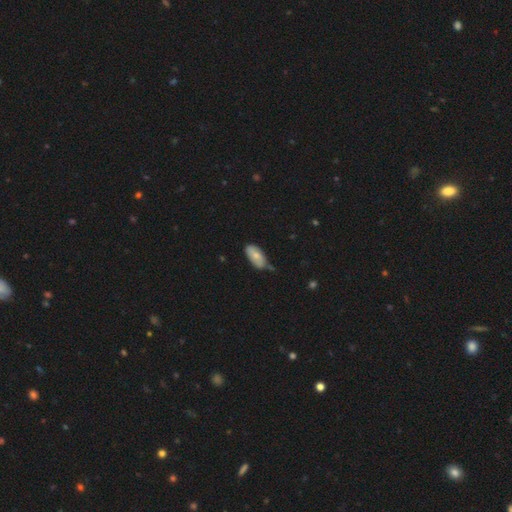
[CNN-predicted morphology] type=smooth (72%); roundness=in between (92%); merging=none (56%).